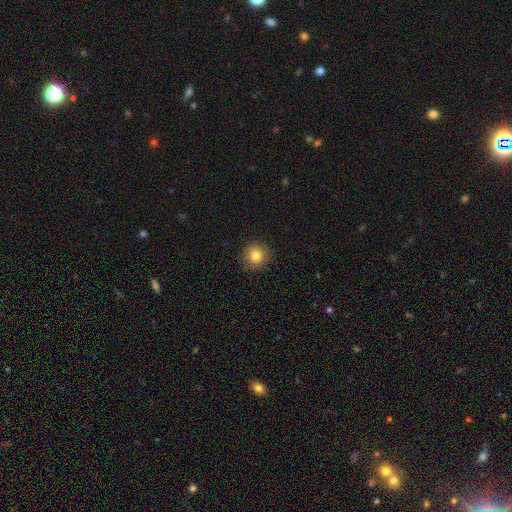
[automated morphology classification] Overall: smooth (82%). How rounded: round (93%). Merging: none (88%).